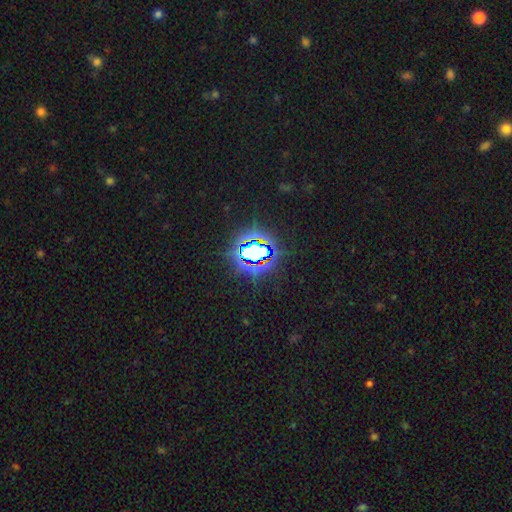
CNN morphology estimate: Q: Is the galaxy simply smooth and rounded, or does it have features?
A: star or artifact — 76%.